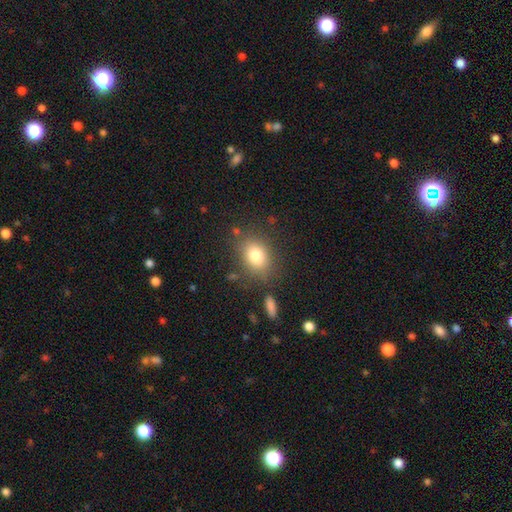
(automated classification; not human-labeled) The model was most divided on "how rounded": in between: 58%, round: 41%, cigar-shaped: 1%. More confident: smooth or featured — smooth (80%); merging — none (78%).